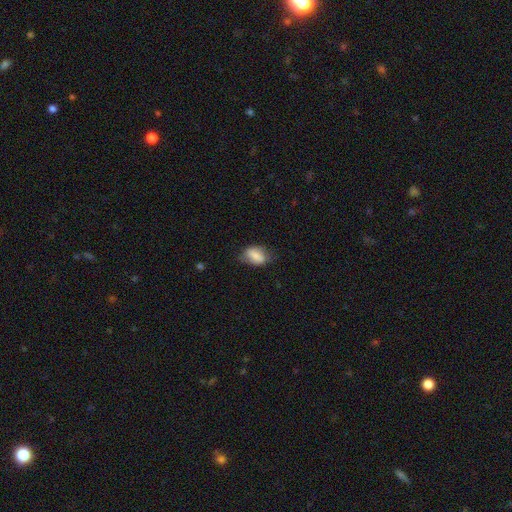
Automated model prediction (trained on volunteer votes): Q: Smooth or featured?
A: smooth (74%); runner-up: featured or disk (18%)
Q: How rounded?
A: in between (81%); runner-up: round (16%)
Q: Merging?
A: none (62%); runner-up: minor disturbance (28%)